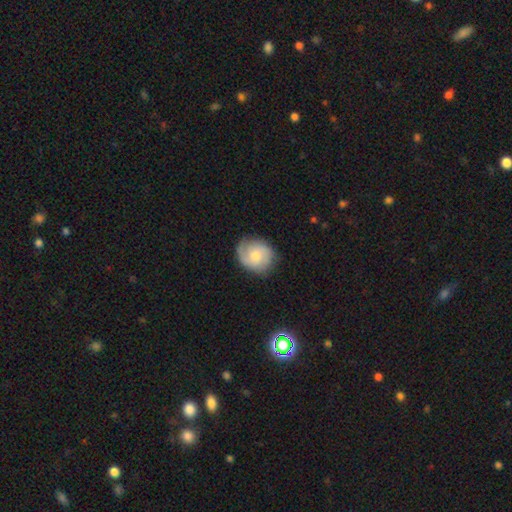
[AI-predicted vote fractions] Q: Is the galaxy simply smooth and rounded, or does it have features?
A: featured or disk — 52%.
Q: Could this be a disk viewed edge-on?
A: no — 97%.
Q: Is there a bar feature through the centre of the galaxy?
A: no — 69%.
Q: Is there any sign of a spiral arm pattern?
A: yes — 88%.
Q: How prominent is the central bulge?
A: moderate — 55%.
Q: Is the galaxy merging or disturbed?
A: none — 78%.